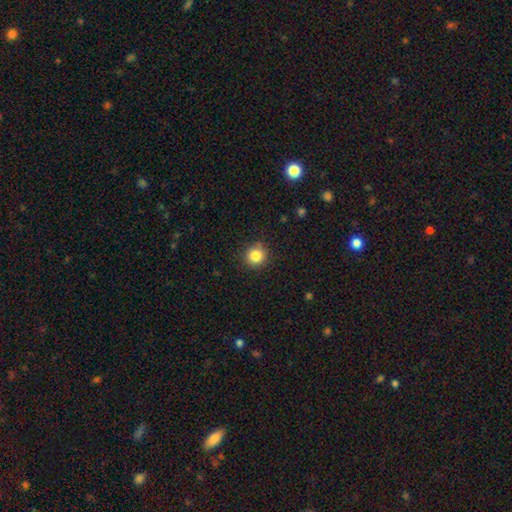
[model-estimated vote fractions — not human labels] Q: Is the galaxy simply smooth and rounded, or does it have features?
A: smooth — 84%.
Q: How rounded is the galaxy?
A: round — 93%.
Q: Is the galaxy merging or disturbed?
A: none — 88%.